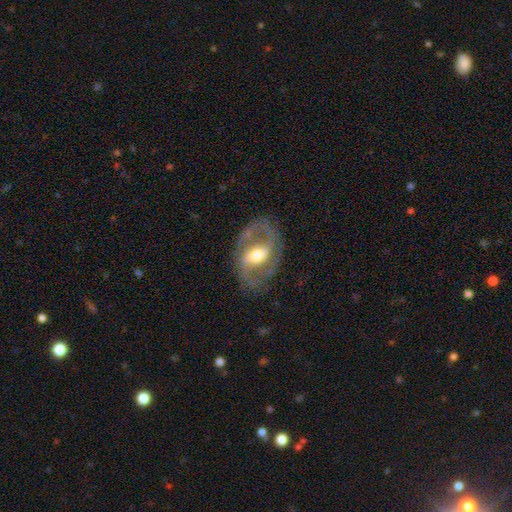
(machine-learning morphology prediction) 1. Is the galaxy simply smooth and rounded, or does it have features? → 84% featured or disk, 10% smooth, 5% star or artifact.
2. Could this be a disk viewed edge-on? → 96% no, 4% yes.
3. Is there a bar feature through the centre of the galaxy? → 40% weak, 39% strong, 21% no.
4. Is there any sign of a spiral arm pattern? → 89% yes, 11% no.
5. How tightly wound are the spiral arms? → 55% medium, 28% loose, 18% tight.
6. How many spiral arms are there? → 89% 2, 5% can't tell, 3% 1, 2% 3, 1% 4, 1% more than 4.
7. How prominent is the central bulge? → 64% moderate, 21% small, 12% large, 1% dominant, 1% none.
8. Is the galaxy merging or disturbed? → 76% none, 14% minor disturbance, 9% major disturbance, 1% merger.